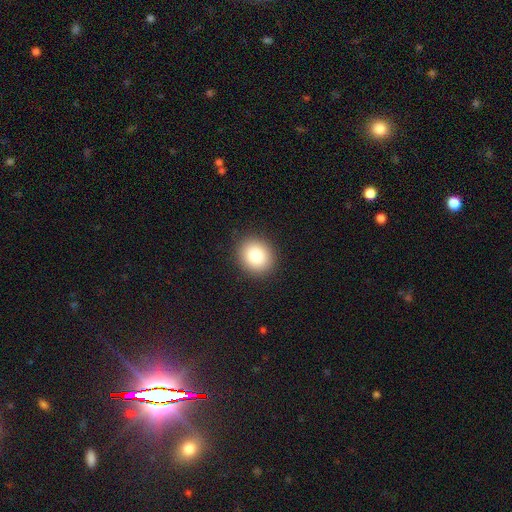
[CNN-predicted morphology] type=smooth (85%); roundness=round (72%); merging=none (90%).